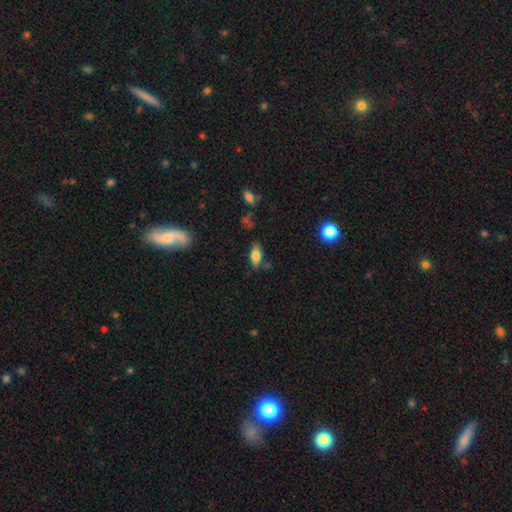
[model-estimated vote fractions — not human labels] Smooth or featured?
  - smooth: 79% *
  - featured or disk: 12%
  - star or artifact: 8%
How rounded?
  - in between: 85% *
  - cigar-shaped: 12%
  - round: 3%
Merging?
  - none: 75% *
  - minor disturbance: 17%
  - major disturbance: 4%
  - merger: 4%